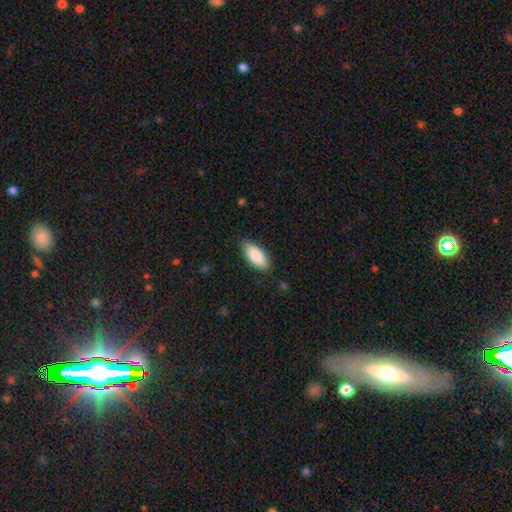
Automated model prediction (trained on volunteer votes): smooth-or-featured: smooth: 88% | featured or disk: 7% | star or artifact: 6%
  how-rounded: in between: 89% | cigar-shaped: 9% | round: 2%
  merging: none: 84% | minor disturbance: 13% | major disturbance: 2% | merger: 1%